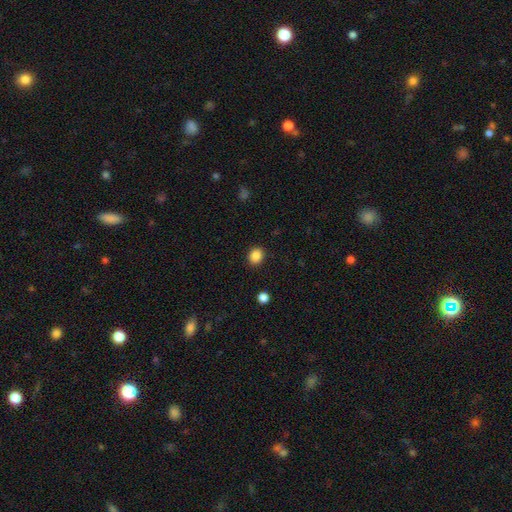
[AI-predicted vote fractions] The model was most divided on "how rounded": round: 70%, in between: 29%, cigar-shaped: 1%. More confident: merging — none (90%); smooth or featured — smooth (87%).